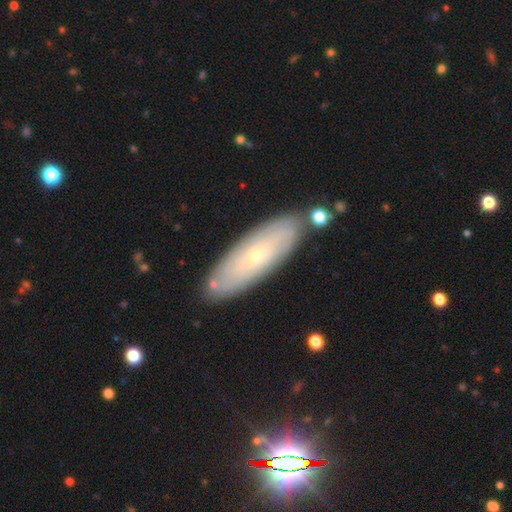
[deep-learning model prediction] Morphology: type=featured or disk (52%); edge-on=no (72%); merging=none (85%).